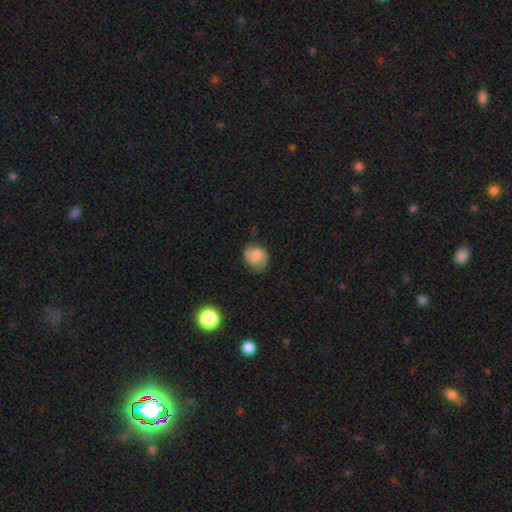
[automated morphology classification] The model was most divided on "smooth or featured": featured or disk: 47%, smooth: 44%, star or artifact: 9%. More confident: merging — none (63%).